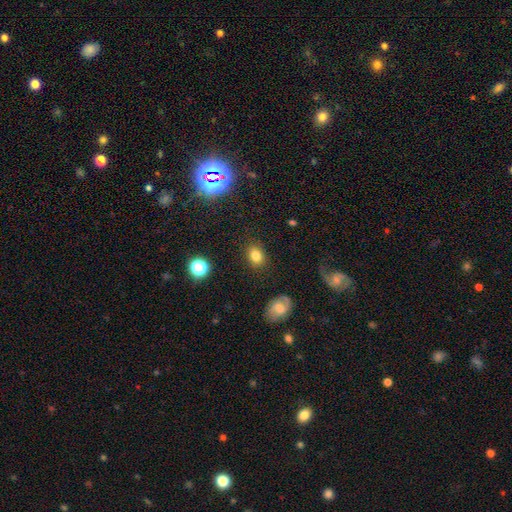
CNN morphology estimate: This appears to be a smooth galaxy with no disk features (80%) that is in between round and cigar-shaped (62%). Merging: none (86%).